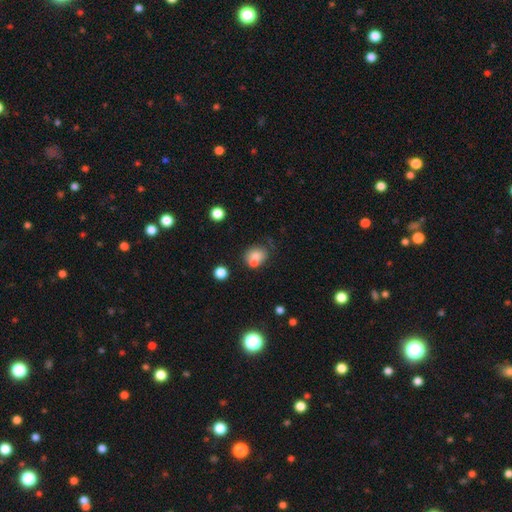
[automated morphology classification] type=smooth (74%); roundness=round (56%); merging=none (43%).